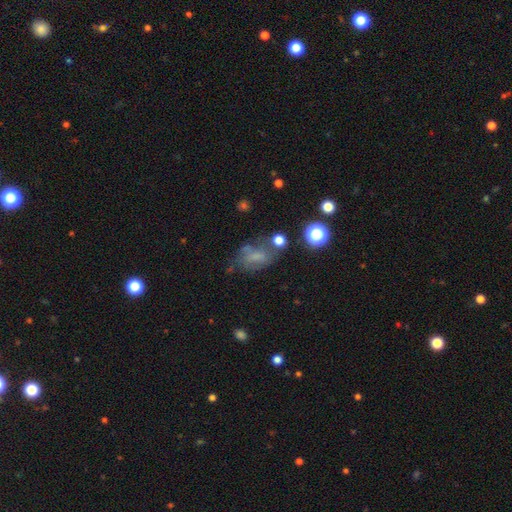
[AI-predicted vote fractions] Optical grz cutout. It shows a smooth galaxy with no disk features (48%). Merging: none (45%).